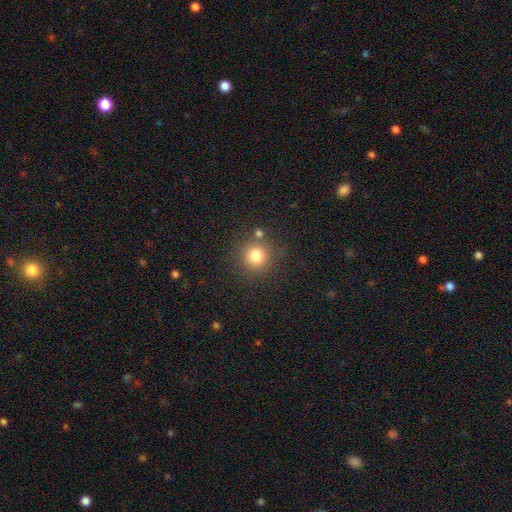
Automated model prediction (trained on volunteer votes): Overall: smooth (79%). How rounded: round (93%). Merging: none (81%).